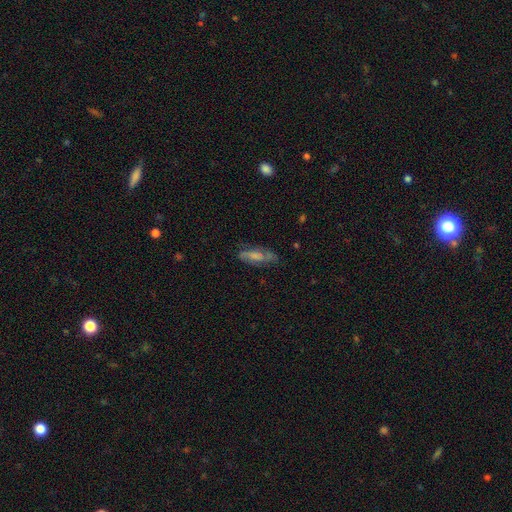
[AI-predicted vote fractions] A featured or disk galaxy (47%).

Vote fractions:
- Smooth or featured? featured or disk: 47% / smooth: 45% / star or artifact: 8%
- Merging? none: 65% / minor disturbance: 23% / major disturbance: 9% / merger: 2%